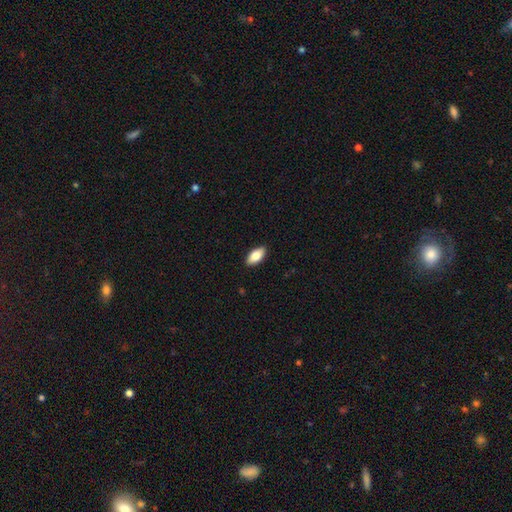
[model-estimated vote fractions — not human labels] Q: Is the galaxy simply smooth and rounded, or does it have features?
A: smooth — 81%.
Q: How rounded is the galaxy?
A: in between — 90%.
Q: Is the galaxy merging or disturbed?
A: none — 90%.